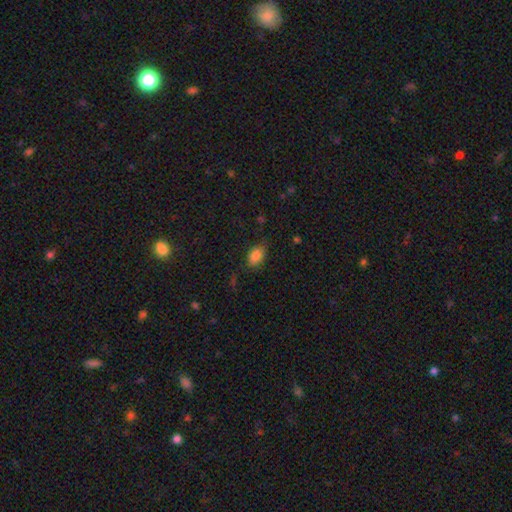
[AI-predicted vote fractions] The model was most divided on "merging": none: 74%, minor disturbance: 20%, major disturbance: 5%, merger: 1%. More confident: how rounded — in between (85%); smooth or featured — smooth (85%).